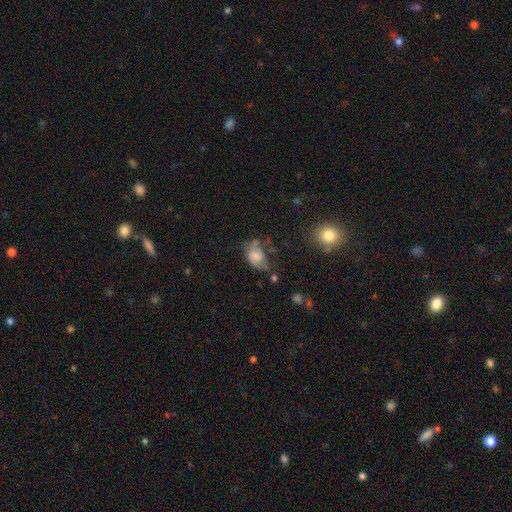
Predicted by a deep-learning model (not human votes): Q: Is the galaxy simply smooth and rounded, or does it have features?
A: smooth — 64%.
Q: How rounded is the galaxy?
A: in between — 77%.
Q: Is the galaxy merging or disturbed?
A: none — 32%.